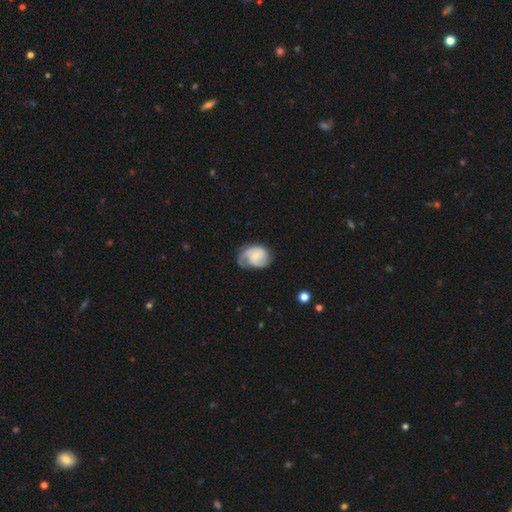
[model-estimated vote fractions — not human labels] featured or disk 58%, smooth 36%, star or artifact 6%. Down the decision tree: edge-on disk — no (97%); bar — no (68%); spiral arms — yes (87%); bulge size — small (59%); merging — none (43%).